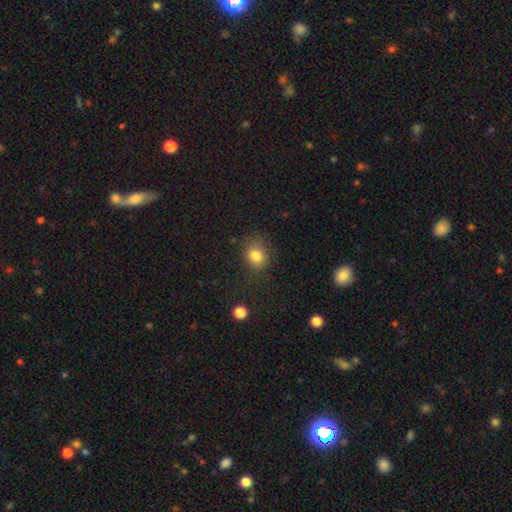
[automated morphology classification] The model was most divided on "how rounded": round: 65%, in between: 34%, cigar-shaped: 1%. More confident: smooth or featured — smooth (81%); merging — none (75%).